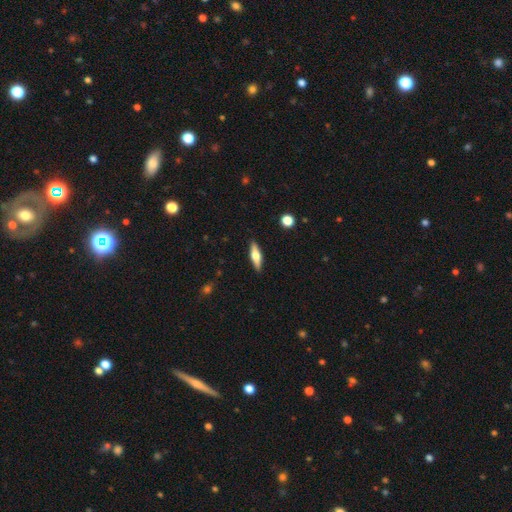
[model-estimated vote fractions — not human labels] smooth 50%, featured or disk 43%, star or artifact 6%. Down the decision tree: how rounded — cigar-shaped (58%); merging — none (89%).